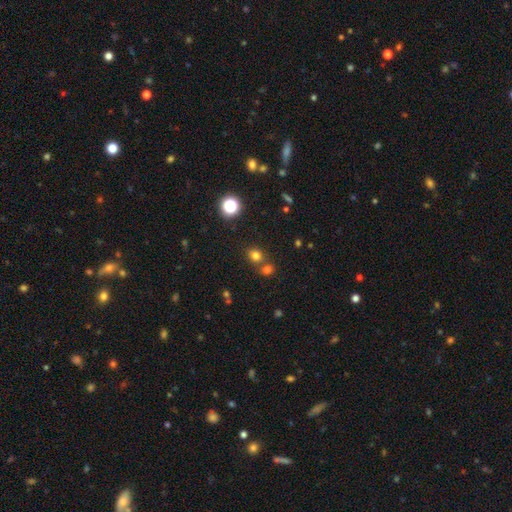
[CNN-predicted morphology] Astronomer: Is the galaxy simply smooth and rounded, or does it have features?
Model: smooth — 73%.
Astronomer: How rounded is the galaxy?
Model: round — 78%.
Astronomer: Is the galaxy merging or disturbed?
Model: none — 63%.